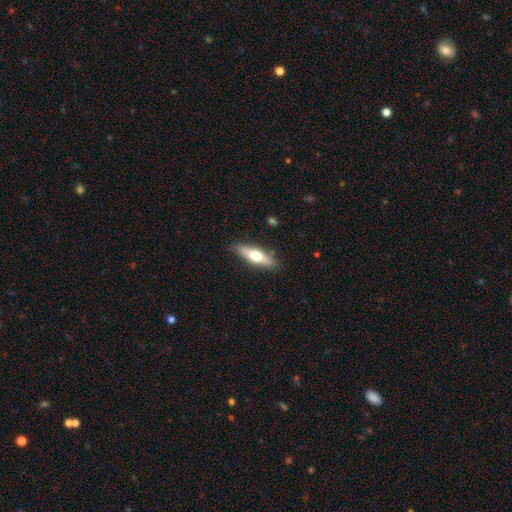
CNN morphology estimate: The model was most divided on "smooth or featured": smooth: 49%, featured or disk: 45%, star or artifact: 6%. More confident: merging — none (86%).